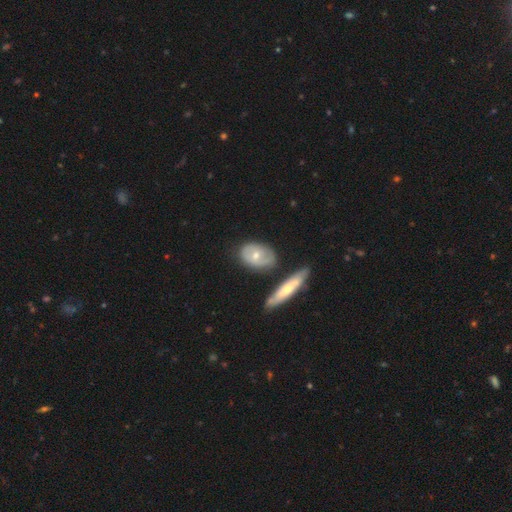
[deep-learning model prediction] Overall: smooth (50%; featured or disk 45%). How rounded: in between (81%). Merging: none (63%).